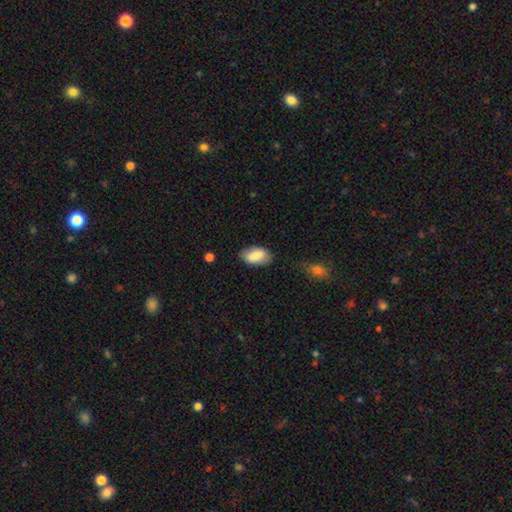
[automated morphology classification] Smooth or featured? smooth (81%)
How rounded? in between (92%)
Merging? none (73%)